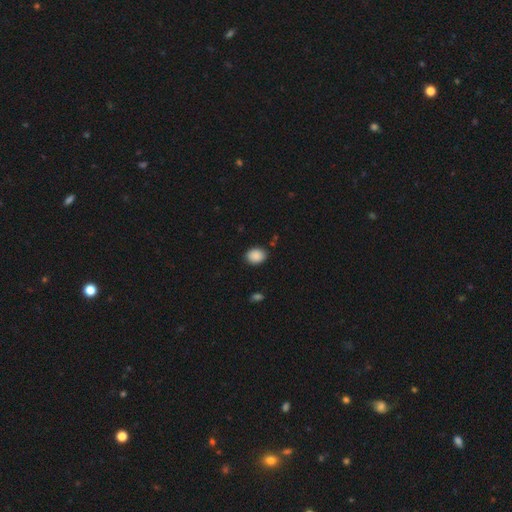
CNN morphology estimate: Smooth or featured? Predicted: smooth (p=0.89). How rounded? Predicted: in between (p=0.59). Merging? Predicted: none (p=0.86).